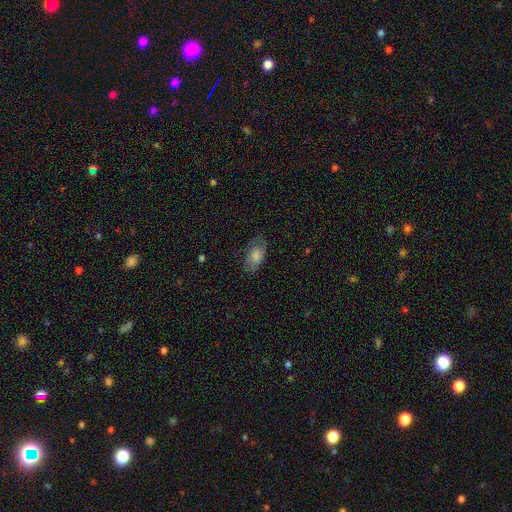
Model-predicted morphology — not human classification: This is possibly a smooth galaxy (58%). How rounded: clearly in between (90%). Merging: likely none (72%).